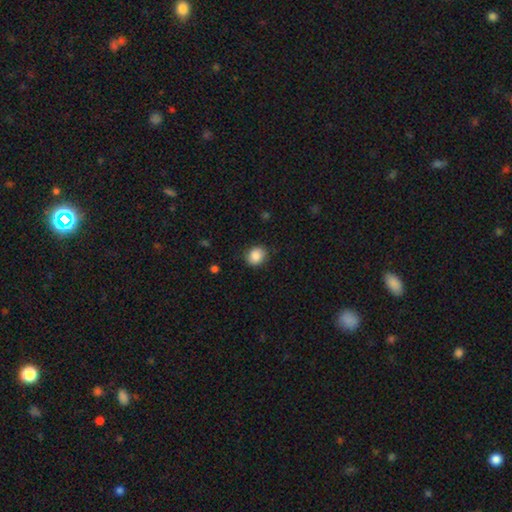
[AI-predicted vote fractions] A smooth galaxy with no disk features (87%) that is round (71%).

Vote fractions:
- Smooth or featured? smooth: 87% / star or artifact: 9% / featured or disk: 4%
- How rounded? round: 71% / in between: 28% / cigar-shaped: 1%
- Merging? none: 83% / minor disturbance: 13% / major disturbance: 3% / merger: 1%